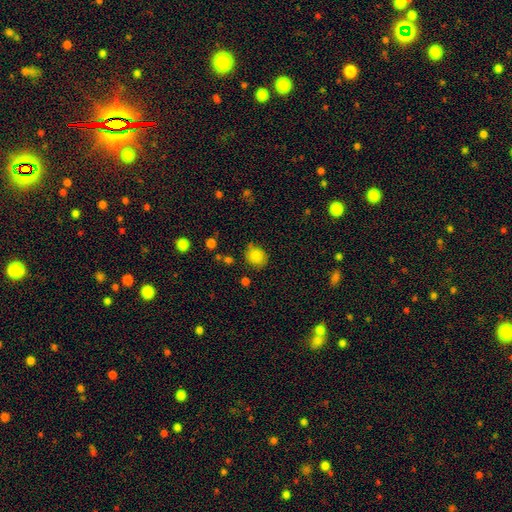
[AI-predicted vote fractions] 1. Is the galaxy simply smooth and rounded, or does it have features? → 85% smooth, 10% star or artifact, 5% featured or disk.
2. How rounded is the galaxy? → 71% round, 29% in between, 1% cigar-shaped.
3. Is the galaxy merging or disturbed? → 76% none, 16% minor disturbance, 4% major disturbance, 4% merger.